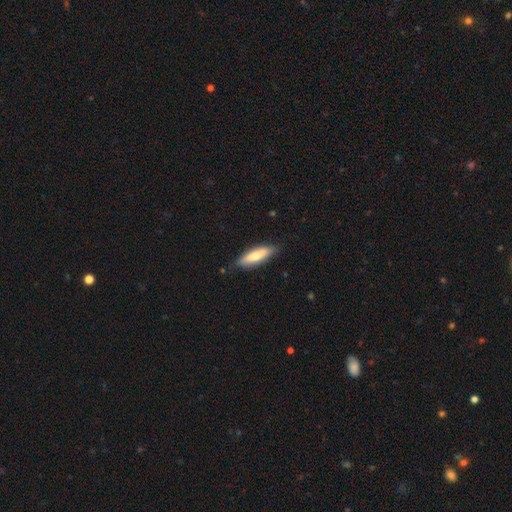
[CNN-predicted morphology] smooth-or-featured: smooth: 68% | featured or disk: 27% | star or artifact: 6%
  how-rounded: cigar-shaped: 57% | in between: 41% | round: 2%
  merging: none: 83% | minor disturbance: 14% | major disturbance: 2% | merger: 1%